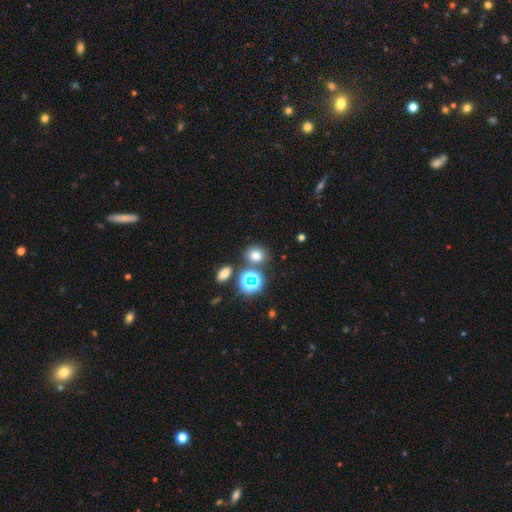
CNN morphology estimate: Q: Smooth or featured?
A: smooth (70%); runner-up: star or artifact (23%)
Q: How rounded?
A: round (59%); runner-up: in between (40%)
Q: Merging?
A: none (72%); runner-up: merger (13%)